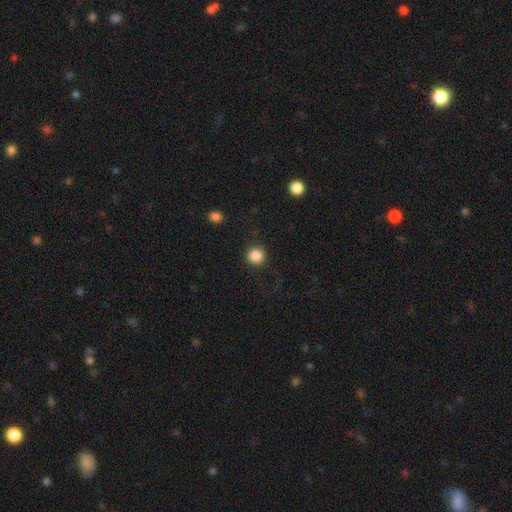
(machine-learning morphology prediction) A smooth galaxy with no disk features (87%) that is round (94%). Merging: none (90%).